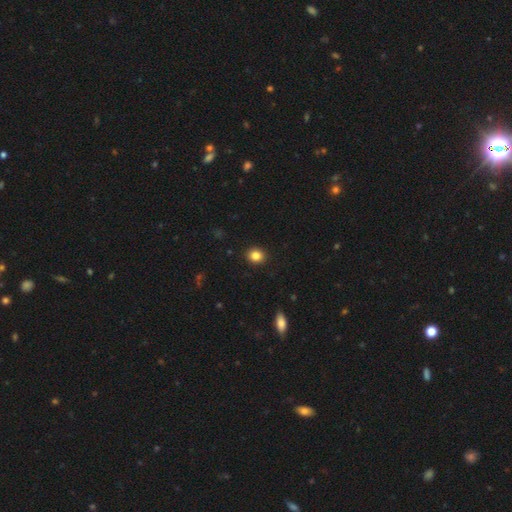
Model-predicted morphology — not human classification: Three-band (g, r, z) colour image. It shows a smooth galaxy with no disk features (84%) that is round (76%). Merging: none (92%).